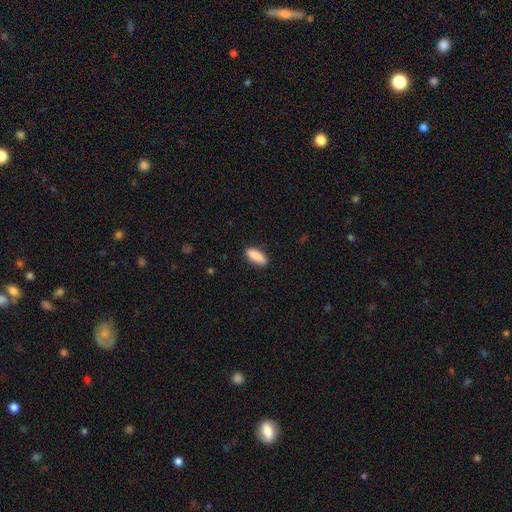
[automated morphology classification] A smooth galaxy with no disk features (88%) that is in between round and cigar-shaped (68%).

Vote fractions:
- Smooth or featured? smooth: 88% / star or artifact: 6% / featured or disk: 6%
- How rounded? in between: 68% / cigar-shaped: 30% / round: 2%
- Merging? none: 85% / minor disturbance: 12% / major disturbance: 2% / merger: 1%